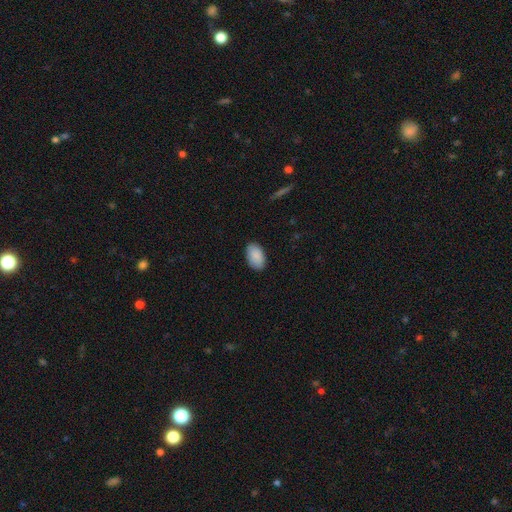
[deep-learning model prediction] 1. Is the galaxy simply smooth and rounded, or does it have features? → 89% smooth, 6% star or artifact, 5% featured or disk.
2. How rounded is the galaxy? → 94% in between, 5% round, 1% cigar-shaped.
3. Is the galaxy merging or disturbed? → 86% none, 11% minor disturbance, 2% major disturbance, 1% merger.